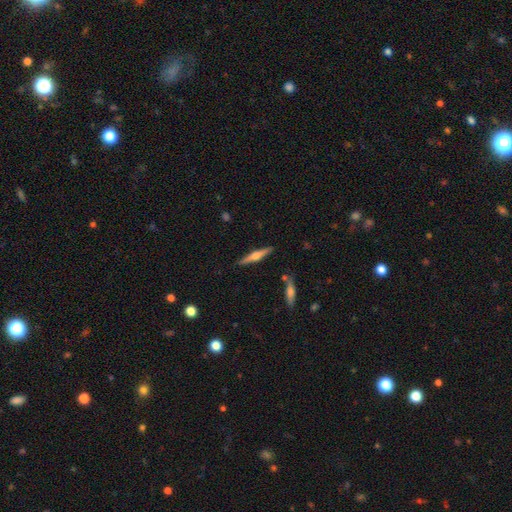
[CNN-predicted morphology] Smooth or featured?
  - featured or disk: 68% *
  - smooth: 27%
  - star or artifact: 6%
Edge-on disk?
  - yes: 98% *
  - no: 2%
Edge-on bulge?
  - rounded: 91% *
  - boxy: 6%
  - none: 3%
Merging?
  - none: 89% *
  - minor disturbance: 7%
  - merger: 3%
  - major disturbance: 2%